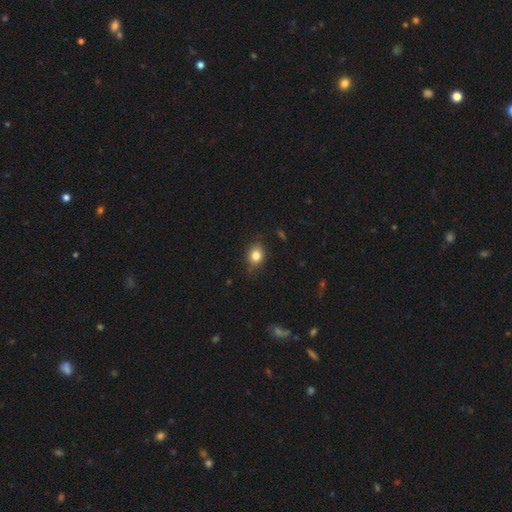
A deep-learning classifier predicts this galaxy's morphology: Smooth or featured: smooth — 81% (star or artifact — 10%)
How rounded: in between — 51% (round — 48%)
Merging: none — 77% (minor disturbance — 18%)